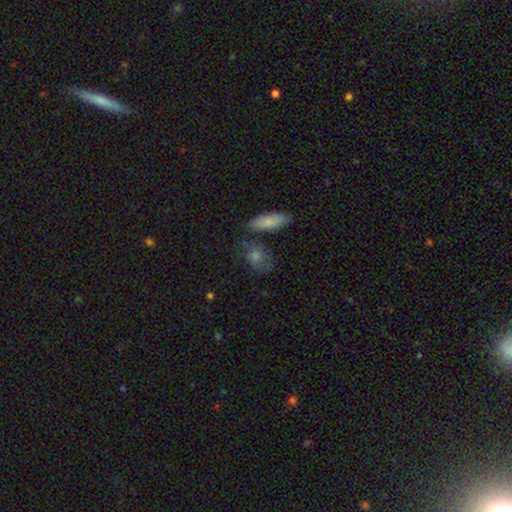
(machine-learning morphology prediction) This appears to be a smooth galaxy with no disk features (68%) that is in between round and cigar-shaped (59%). Merging: none (65%).